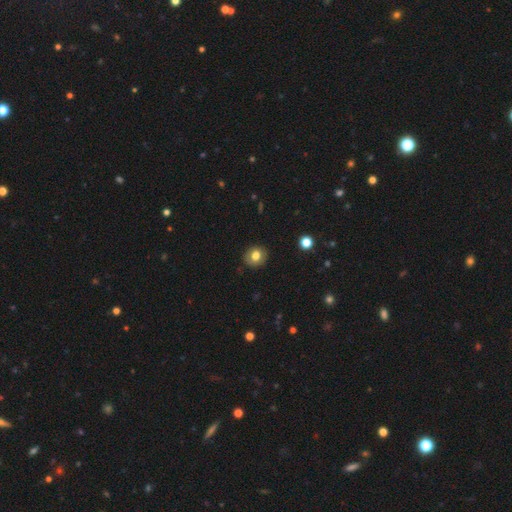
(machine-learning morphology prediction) This appears to be a smooth galaxy with no disk features (77%) that is round (81%). Merging: none (88%).